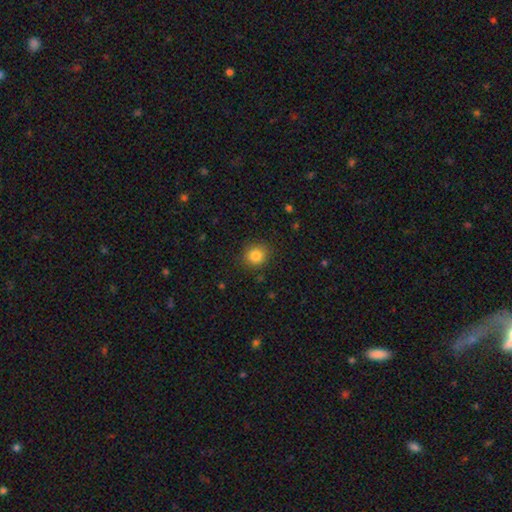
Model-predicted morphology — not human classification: Smooth or featured?
  - smooth: 84% *
  - star or artifact: 11%
  - featured or disk: 5%
How rounded?
  - round: 85% *
  - in between: 14%
  - cigar-shaped: 1%
Merging?
  - none: 88% *
  - minor disturbance: 9%
  - major disturbance: 3%
  - merger: 1%